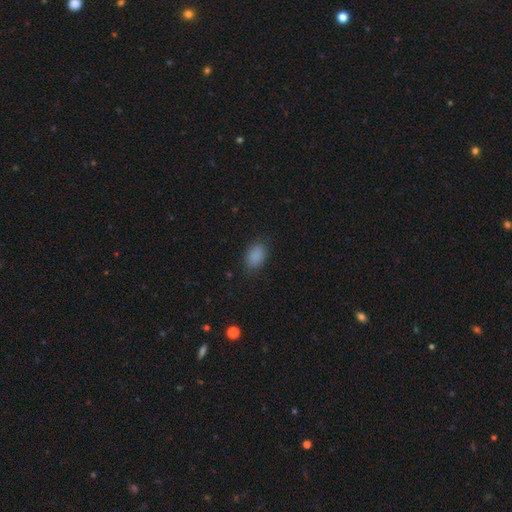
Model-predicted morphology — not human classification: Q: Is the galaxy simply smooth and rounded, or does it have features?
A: smooth — 86%.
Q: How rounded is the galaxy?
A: in between — 86%.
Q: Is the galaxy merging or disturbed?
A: none — 78%.